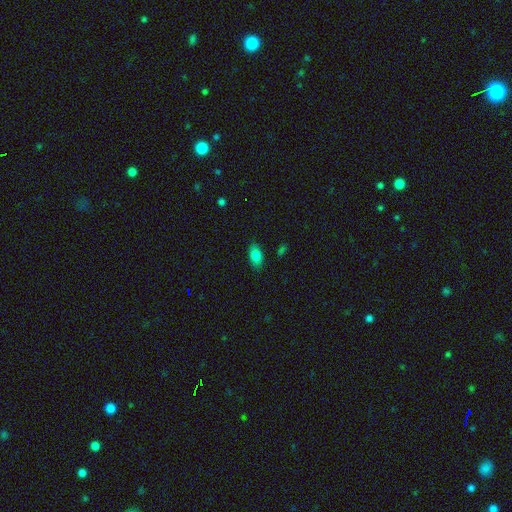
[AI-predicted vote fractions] smooth_or_featured: smooth (p=0.82) [alt: featured or disk p=0.09]
how_rounded: in between (p=0.90) [alt: round p=0.06]
merging: none (p=0.85) [alt: minor disturbance p=0.11]